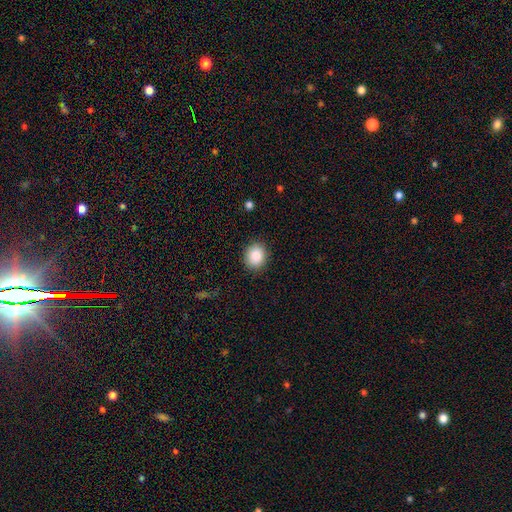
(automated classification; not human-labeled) The model was most divided on "how rounded": round: 66%, in between: 34%, cigar-shaped: 1%. More confident: merging — none (89%); smooth or featured — smooth (88%).